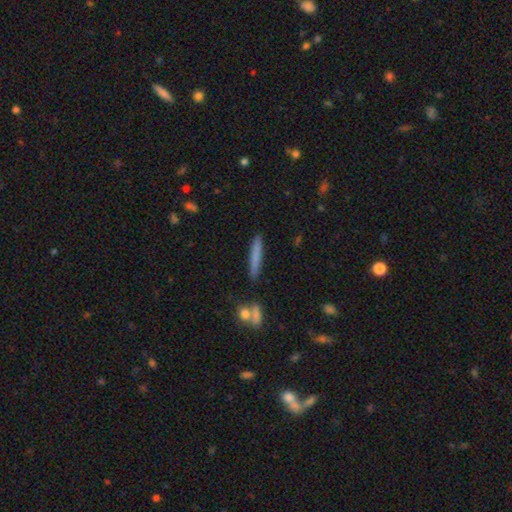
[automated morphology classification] smooth 73%, featured or disk 20%, star or artifact 7%. Down the decision tree: how rounded — cigar-shaped (94%); merging — none (87%).